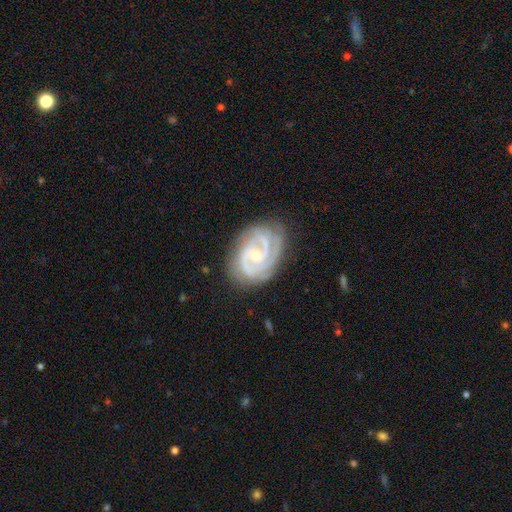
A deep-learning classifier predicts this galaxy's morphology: featured or disk 91%, star or artifact 5%, smooth 4%. Down the decision tree: edge-on disk — no (98%); bar — no (59%); spiral arms — yes (98%); spiral arm count — 3 (40%); spiral winding — tight (65%); bulge size — small (67%); merging — none (78%).